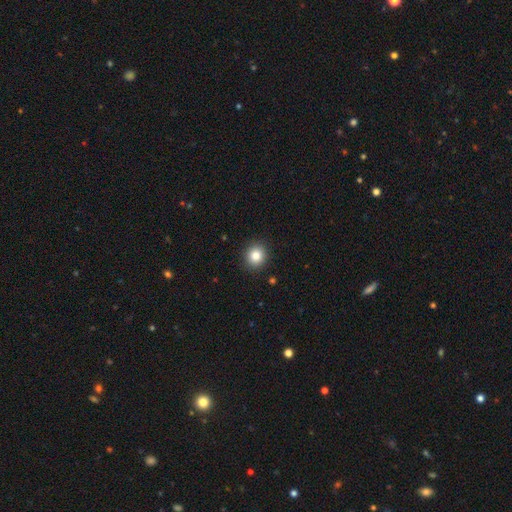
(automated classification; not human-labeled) This is clearly a smooth galaxy (83%). How rounded: clearly round (86%). Merging: clearly none (91%).